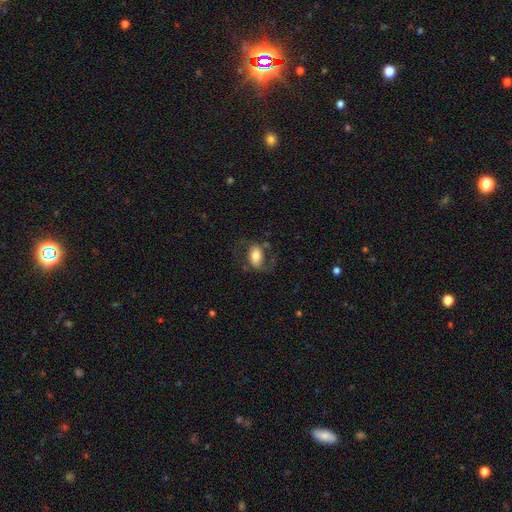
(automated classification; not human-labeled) The model was most divided on "smooth or featured": smooth: 55%, featured or disk: 38%, star or artifact: 8%. More confident: how rounded — in between (87%); merging — none (61%).